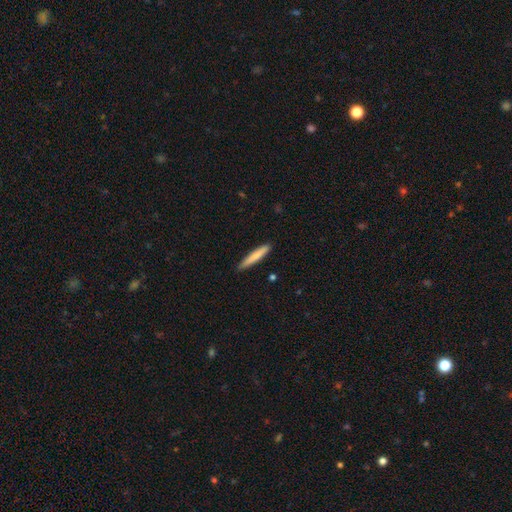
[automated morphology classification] type=smooth (78%); roundness=cigar-shaped (93%); merging=none (88%).